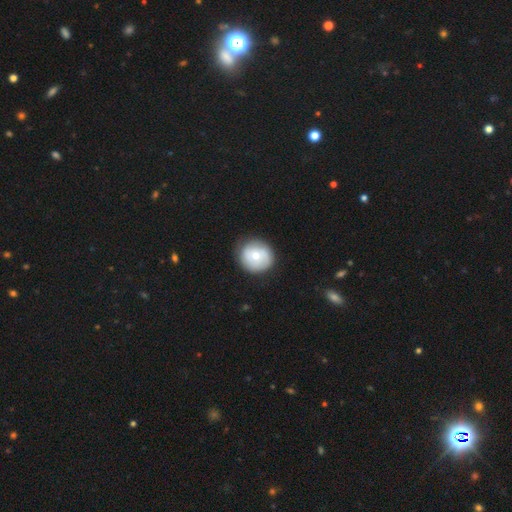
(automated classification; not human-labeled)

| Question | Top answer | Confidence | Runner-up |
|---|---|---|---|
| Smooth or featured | smooth | 58% | featured or disk (35%) |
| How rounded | round | 90% | in between (9%) |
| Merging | none | 83% | minor disturbance (12%) |